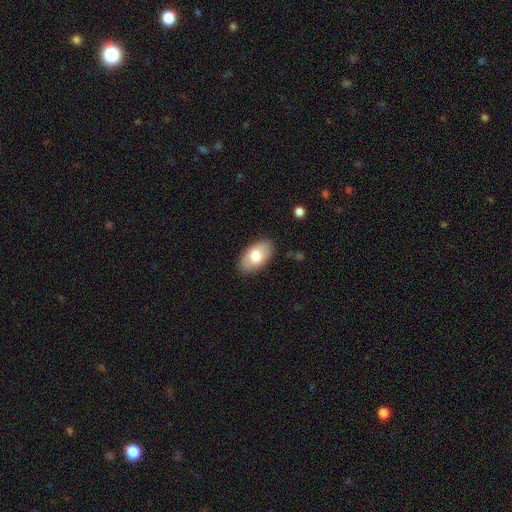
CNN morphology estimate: Smooth or featured: smooth — 75% (featured or disk — 19%)
How rounded: in between — 95% (round — 4%)
Merging: none — 86% (minor disturbance — 11%)